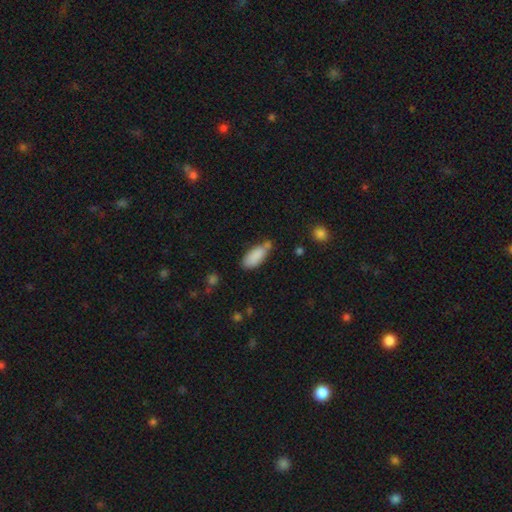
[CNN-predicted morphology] smooth_or_featured: smooth (p=0.87) [alt: star or artifact p=0.07]
how_rounded: in between (p=0.80) [alt: cigar-shaped p=0.18]
merging: none (p=0.54) [alt: minor disturbance p=0.26]